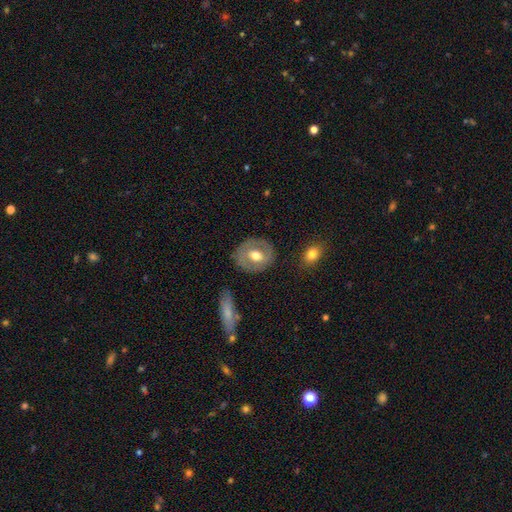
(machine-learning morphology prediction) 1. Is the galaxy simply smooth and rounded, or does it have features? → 48% smooth, 46% featured or disk, 6% star or artifact.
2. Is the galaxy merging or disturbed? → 82% none, 12% minor disturbance, 4% major disturbance, 2% merger.